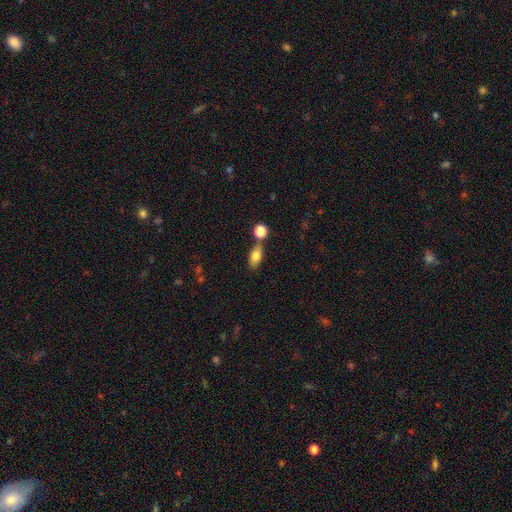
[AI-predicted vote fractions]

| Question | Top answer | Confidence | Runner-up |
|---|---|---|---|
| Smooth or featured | smooth | 77% | featured or disk (15%) |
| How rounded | in between | 82% | round (9%) |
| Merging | none | 62% | merger (22%) |